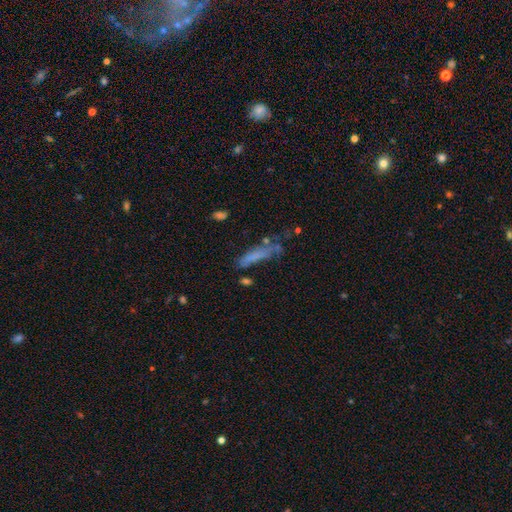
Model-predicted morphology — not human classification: A smooth galaxy with no disk features (59%) that is cigar-shaped (77%). Merging: none (41%).